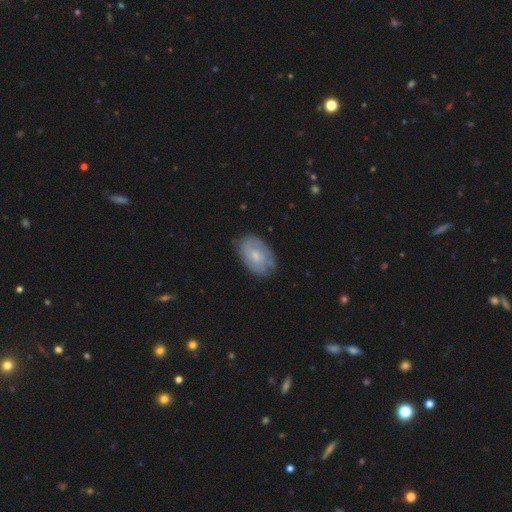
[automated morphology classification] This appears to be a smooth galaxy with no disk features (50%) that is in between round and cigar-shaped (89%). Merging: none (73%).